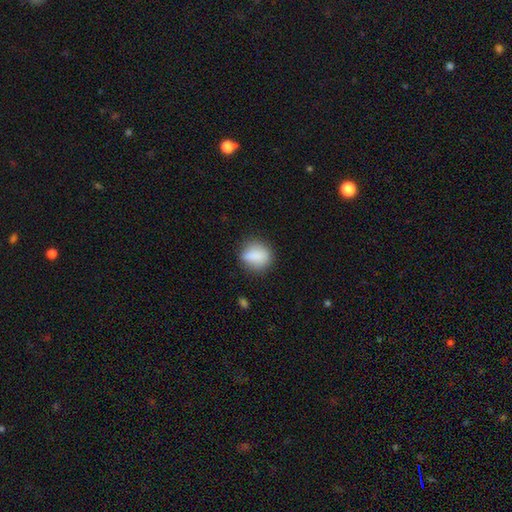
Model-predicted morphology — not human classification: type=smooth (81%); roundness=round (54%); merging=none (77%).